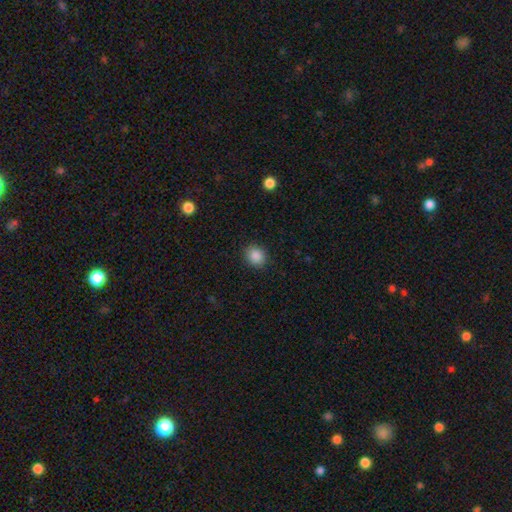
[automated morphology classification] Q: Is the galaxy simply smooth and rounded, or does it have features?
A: smooth — 88%.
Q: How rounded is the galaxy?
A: round — 72%.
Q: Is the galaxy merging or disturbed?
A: none — 90%.